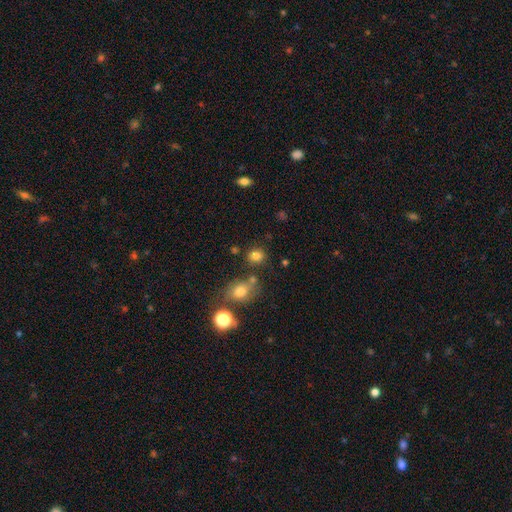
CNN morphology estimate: A smooth galaxy with no disk features (80%) that is round (69%).

Vote fractions:
- Smooth or featured? smooth: 80% / star or artifact: 14% / featured or disk: 6%
- How rounded? round: 69% / in between: 30% / cigar-shaped: 1%
- Merging? none: 75% / merger: 11% / minor disturbance: 11% / major disturbance: 4%